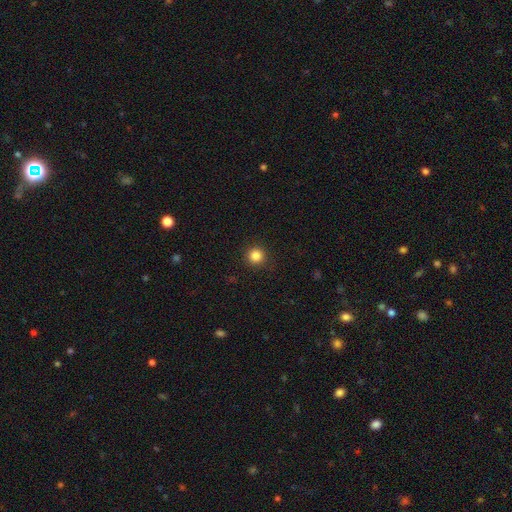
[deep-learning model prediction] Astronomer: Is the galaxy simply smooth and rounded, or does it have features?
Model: smooth — 84%.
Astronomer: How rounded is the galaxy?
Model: round — 95%.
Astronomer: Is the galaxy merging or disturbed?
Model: none — 92%.